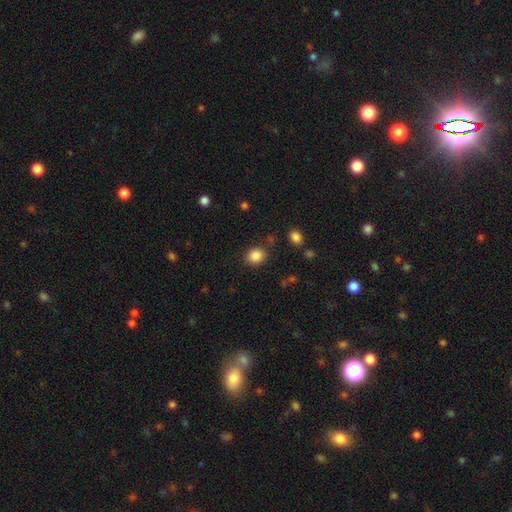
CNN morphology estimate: Smooth or featured?
  - smooth: 86% *
  - star or artifact: 10%
  - featured or disk: 4%
How rounded?
  - round: 69% *
  - in between: 31%
  - cigar-shaped: 1%
Merging?
  - none: 82% *
  - minor disturbance: 10%
  - major disturbance: 4%
  - merger: 4%